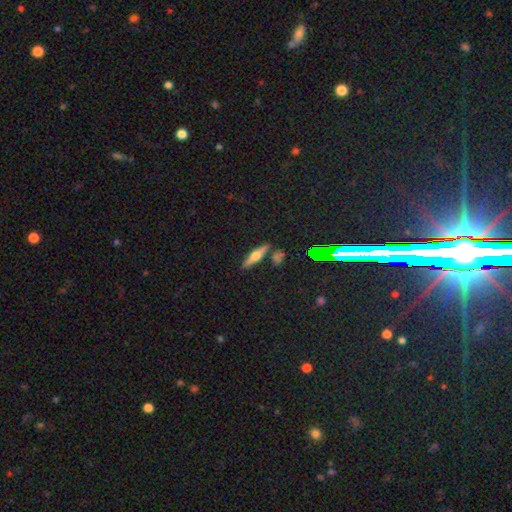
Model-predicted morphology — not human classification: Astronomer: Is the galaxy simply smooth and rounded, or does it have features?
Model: featured or disk — 50% (runner-up: smooth, 39%).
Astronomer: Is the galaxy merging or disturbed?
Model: none — 82%.